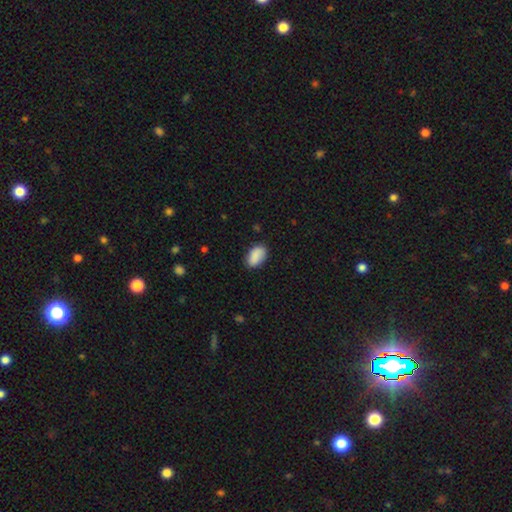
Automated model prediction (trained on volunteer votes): A smooth galaxy with no disk features (86%) that is in between round and cigar-shaped (92%). Merging: none (81%).